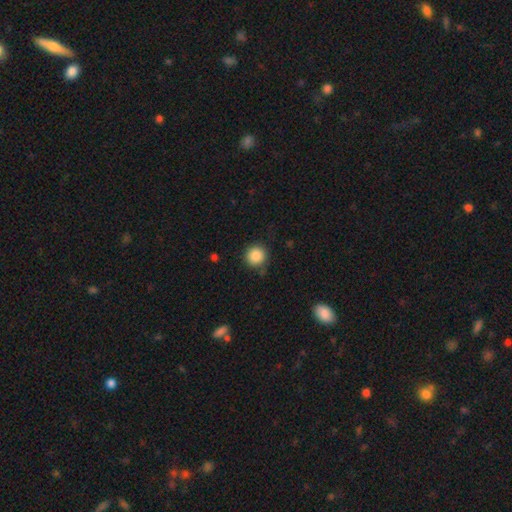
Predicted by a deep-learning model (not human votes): This appears to be a smooth galaxy with no disk features (87%) that is round (94%). Merging: none (85%).